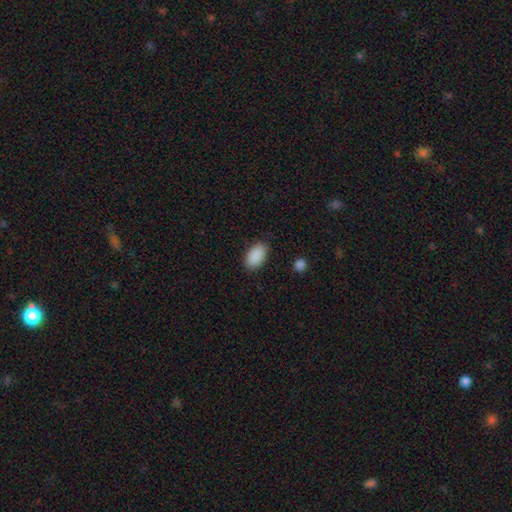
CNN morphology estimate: A smooth galaxy with no disk features (90%) that is in between round and cigar-shaped (94%).

Vote fractions:
- Smooth or featured? smooth: 90% / star or artifact: 7% / featured or disk: 3%
- How rounded? in between: 94% / round: 5% / cigar-shaped: 2%
- Merging? none: 85% / minor disturbance: 11% / major disturbance: 3% / merger: 1%